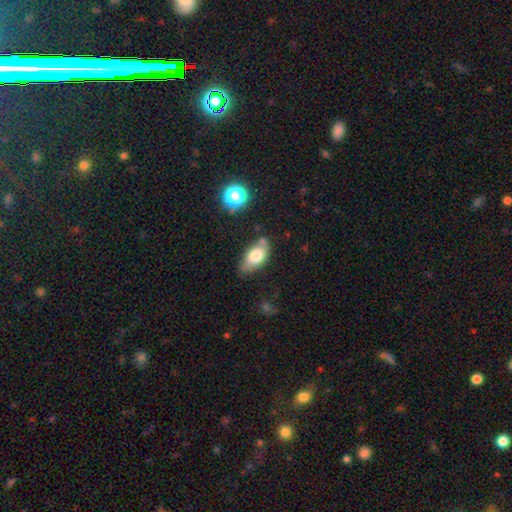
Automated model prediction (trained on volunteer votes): Q: Smooth or featured?
A: smooth (77%); runner-up: featured or disk (15%)
Q: How rounded?
A: in between (88%); runner-up: cigar-shaped (7%)
Q: Merging?
A: none (65%); runner-up: minor disturbance (23%)